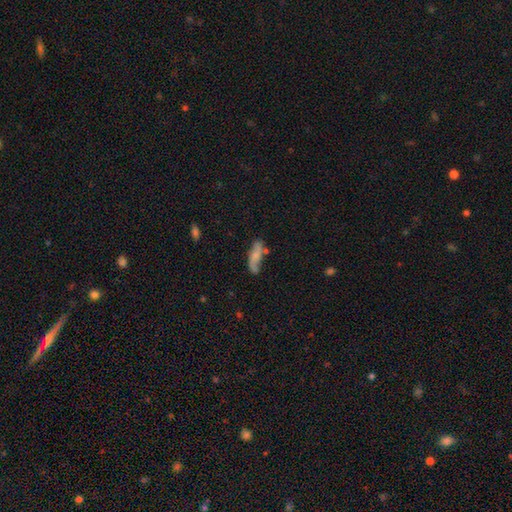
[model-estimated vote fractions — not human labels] A smooth galaxy with no disk features (54%) that is in between round and cigar-shaped (53%). Merging: none (57%).